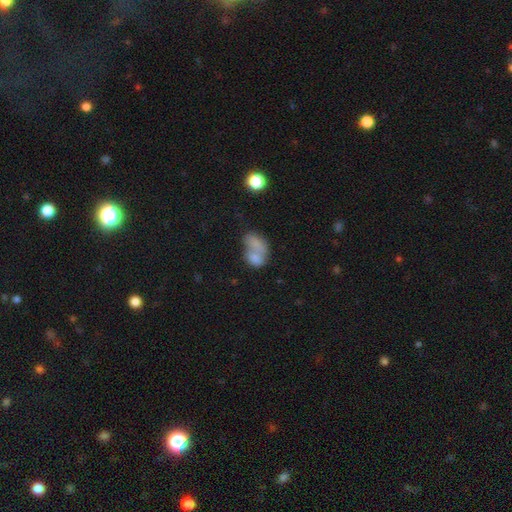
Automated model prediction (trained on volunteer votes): Smooth or featured?
  - smooth: 70% *
  - featured or disk: 21%
  - star or artifact: 10%
How rounded?
  - in between: 81% *
  - round: 17%
  - cigar-shaped: 2%
Merging?
  - merger: 63% *
  - none: 17%
  - major disturbance: 11%
  - minor disturbance: 9%